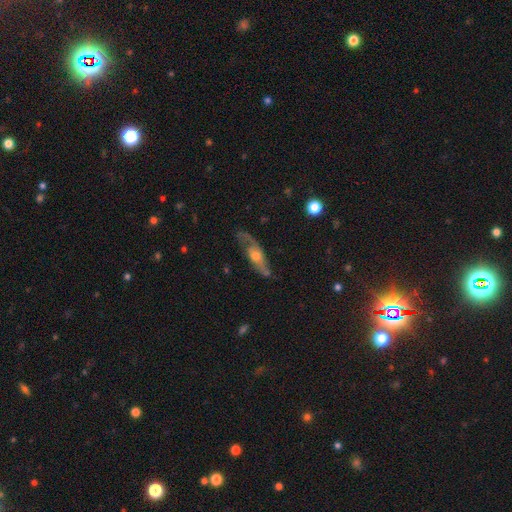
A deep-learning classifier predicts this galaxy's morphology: smooth_or_featured: featured or disk (p=0.71) [alt: smooth p=0.21]
disk_edge_on: no (p=0.66) [alt: yes p=0.34]
merging: none (p=0.65) [alt: minor disturbance p=0.21]